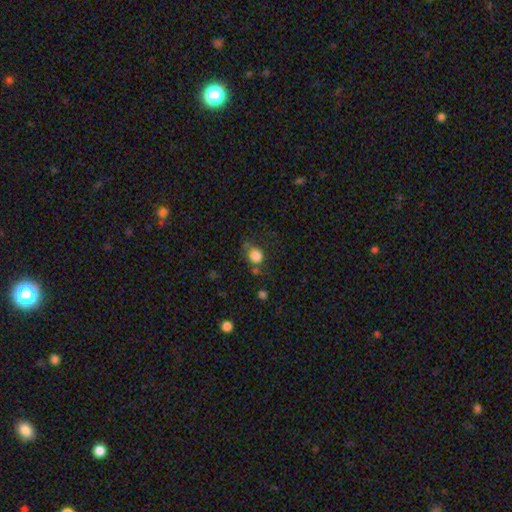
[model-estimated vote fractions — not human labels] Smooth or featured: smooth — 83% (star or artifact — 11%)
How rounded: round — 75% (in between — 24%)
Merging: none — 64% (minor disturbance — 18%)